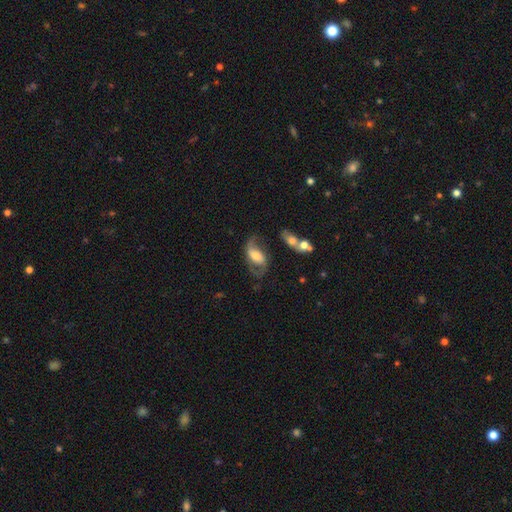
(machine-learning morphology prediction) Smooth or featured: featured or disk — 71% (smooth — 23%)
Edge-on disk: no — 94% (yes — 6%)
Bar: weak — 40% (no — 34%)
Spiral arms: yes — 87% (no — 13%)
Spiral winding: loose — 50% (medium — 39%)
Spiral arm count: 2 — 87% (can't tell — 5%)
Bulge size: moderate — 44% (large — 28%)
Merging: none — 54% (minor disturbance — 20%)